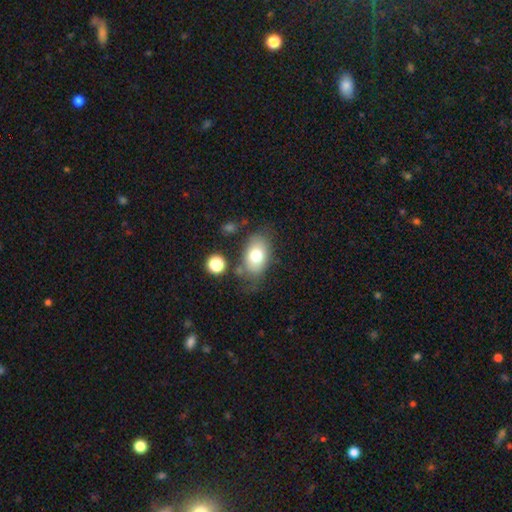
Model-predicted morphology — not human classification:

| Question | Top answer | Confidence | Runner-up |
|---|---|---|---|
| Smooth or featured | smooth | 73% | featured or disk (18%) |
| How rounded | in between | 82% | round (16%) |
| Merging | none | 66% | minor disturbance (20%) |